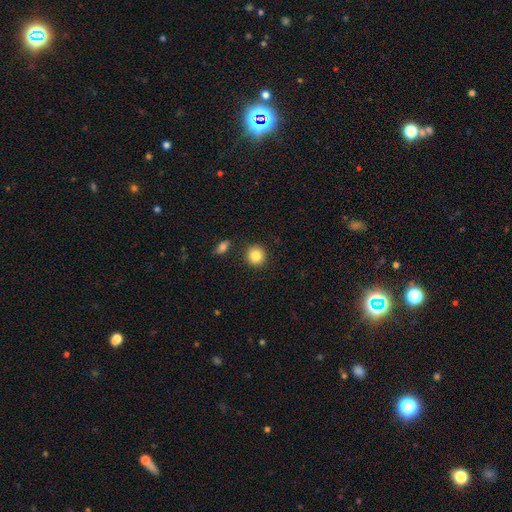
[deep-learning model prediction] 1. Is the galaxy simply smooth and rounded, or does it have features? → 85% smooth, 9% star or artifact, 6% featured or disk.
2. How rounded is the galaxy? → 91% round, 8% in between, 1% cigar-shaped.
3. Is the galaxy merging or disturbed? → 88% none, 6% minor disturbance, 3% merger, 2% major disturbance.